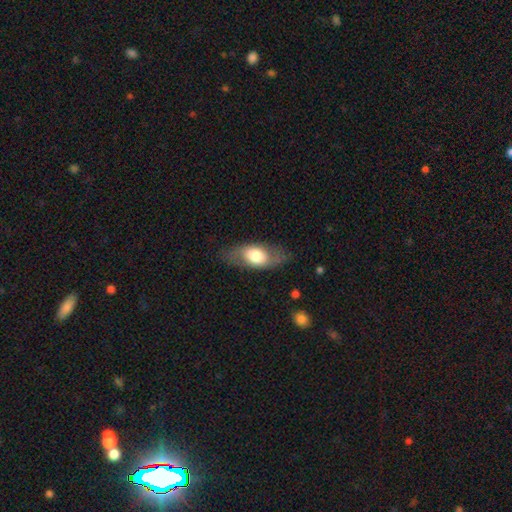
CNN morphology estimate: smooth_or_featured: smooth (p=0.56) [alt: featured or disk p=0.37]
how_rounded: in between (p=0.81) [alt: cigar-shaped p=0.10]
merging: none (p=0.76) [alt: minor disturbance p=0.16]